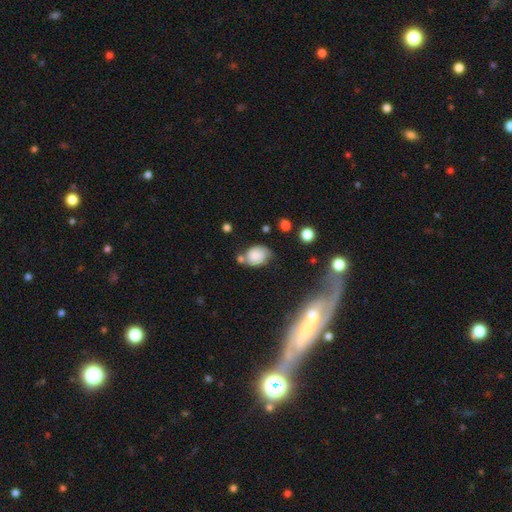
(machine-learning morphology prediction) Q: Smooth or featured?
A: smooth (61%); runner-up: featured or disk (29%)
Q: How rounded?
A: in between (61%); runner-up: round (37%)
Q: Merging?
A: none (49%); runner-up: minor disturbance (29%)